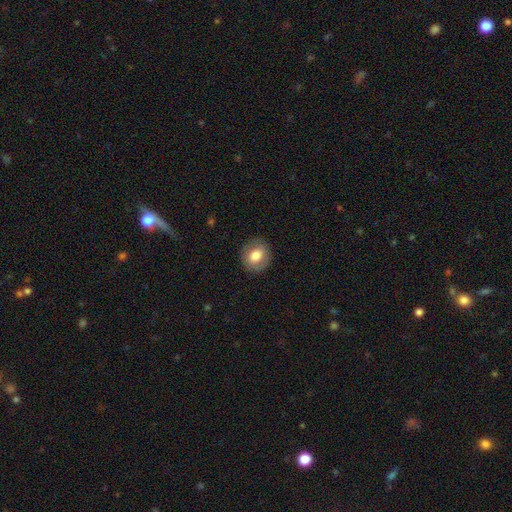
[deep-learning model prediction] This appears to be a smooth galaxy with no disk features (74%) that is round (75%). Merging: none (87%).